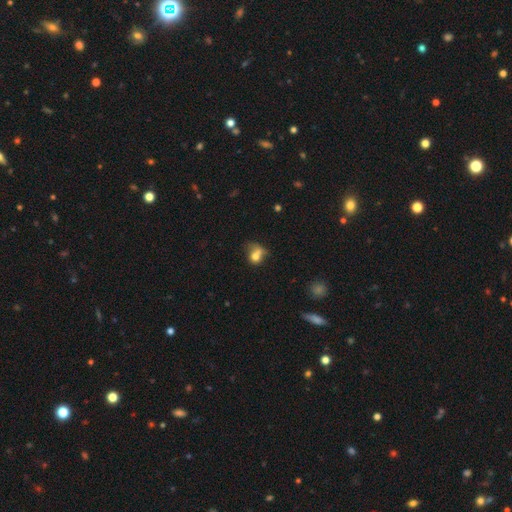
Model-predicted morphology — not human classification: Smooth or featured?
  - smooth: 71% *
  - featured or disk: 17%
  - star or artifact: 12%
How rounded?
  - round: 61% *
  - in between: 38%
  - cigar-shaped: 1%
Merging?
  - merger: 38% *
  - none: 29%
  - minor disturbance: 18%
  - major disturbance: 15%